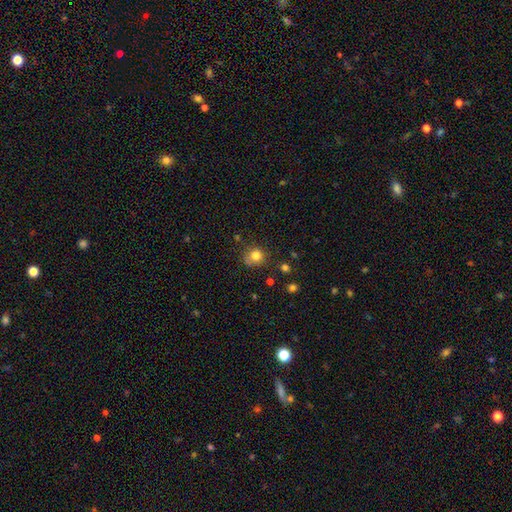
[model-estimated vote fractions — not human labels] A smooth galaxy with no disk features (80%) that is round (83%). Merging: none (66%).